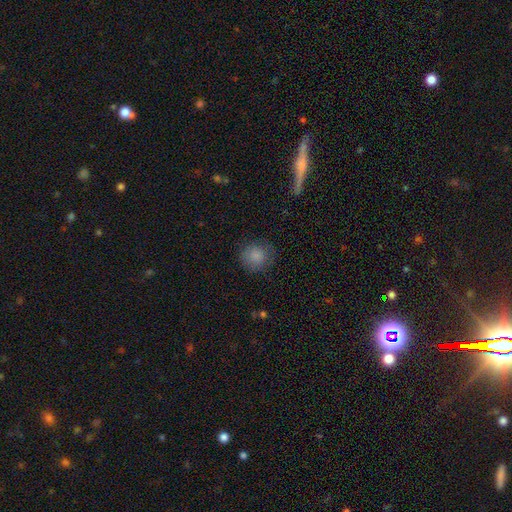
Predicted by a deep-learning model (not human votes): A smooth galaxy with no disk features (85%) that is round (91%).

Vote fractions:
- Smooth or featured? smooth: 85% / star or artifact: 9% / featured or disk: 7%
- How rounded? round: 91% / in between: 8% / cigar-shaped: 1%
- Merging? none: 80% / minor disturbance: 13% / major disturbance: 5% / merger: 1%